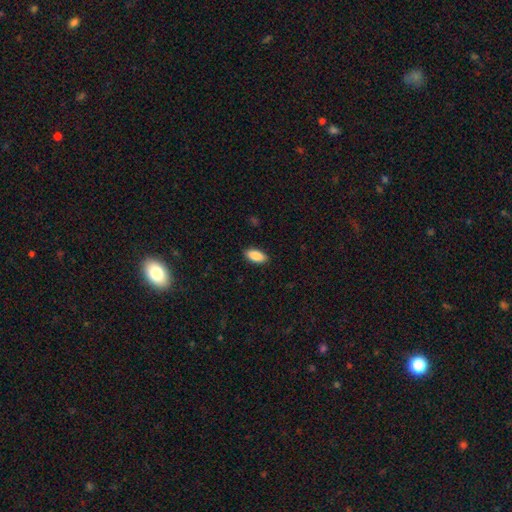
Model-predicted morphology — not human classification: smooth_or_featured: smooth (p=0.89) [alt: star or artifact p=0.06]
how_rounded: in between (p=0.91) [alt: cigar-shaped p=0.07]
merging: none (p=0.89) [alt: minor disturbance p=0.08]